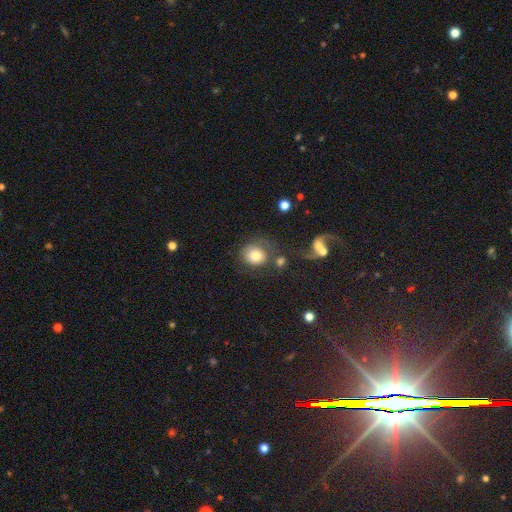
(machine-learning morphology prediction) This is likely a smooth galaxy (76%). How rounded: likely round (71%). Merging: possibly none (55%).